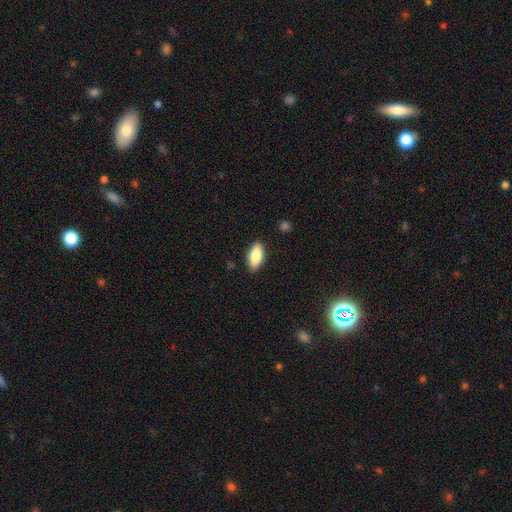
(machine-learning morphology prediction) smooth 83%, featured or disk 11%, star or artifact 6%. Down the decision tree: how rounded — in between (88%); merging — none (87%).